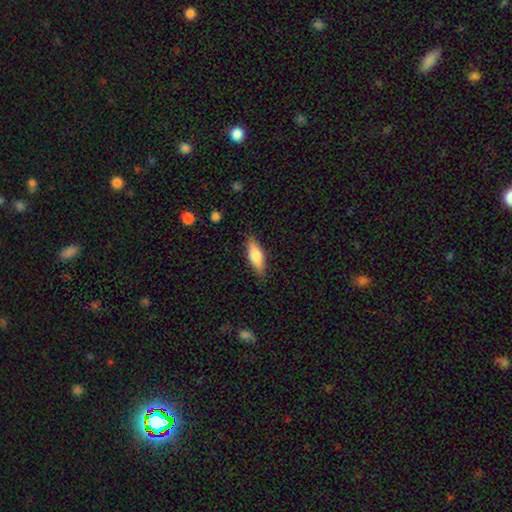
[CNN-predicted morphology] This is likely a smooth galaxy (69%). How rounded: possibly in between (58%). Merging: clearly none (85%).